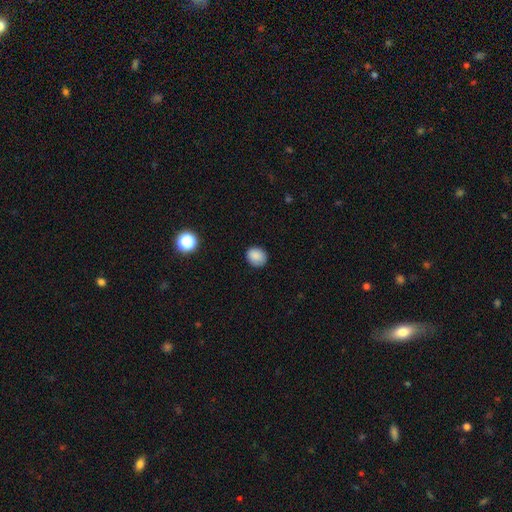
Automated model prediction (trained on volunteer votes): Morphology: type=smooth (86%); roundness=round (69%); merging=none (84%).